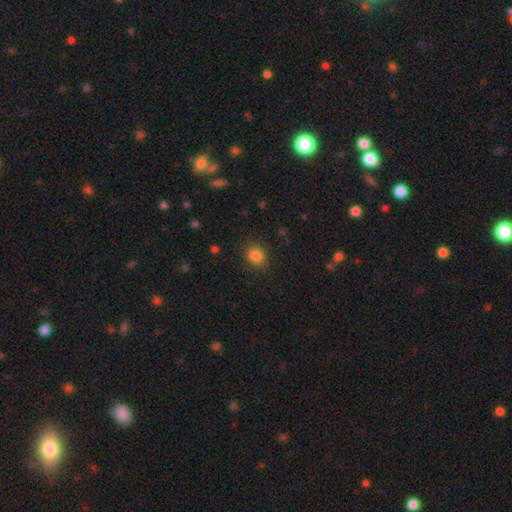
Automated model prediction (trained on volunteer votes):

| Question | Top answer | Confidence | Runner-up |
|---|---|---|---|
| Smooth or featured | smooth | 84% | star or artifact (12%) |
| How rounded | round | 71% | in between (28%) |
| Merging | none | 86% | minor disturbance (9%) |